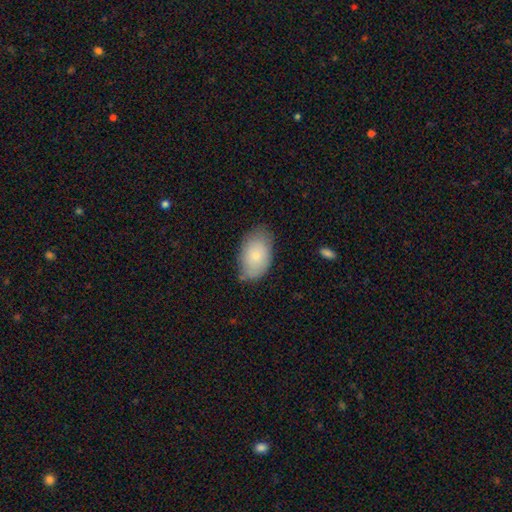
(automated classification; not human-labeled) This is likely a smooth galaxy (78%). How rounded: clearly in between (93%). Merging: likely none (70%).